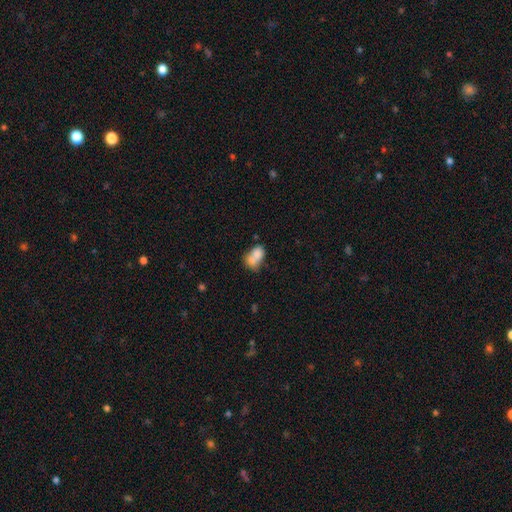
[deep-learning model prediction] This is likely a smooth galaxy (74%). How rounded: likely in between (74%). Merging: likely merger (63%).